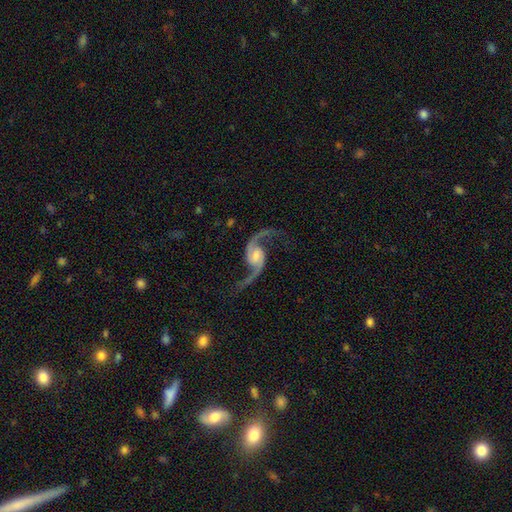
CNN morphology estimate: A featured or disk galaxy (93%) with no bar (54%), 2 (95%) loose (77%) spiral arms (98%) and a small central bulge (46%). Merging: none (79%).